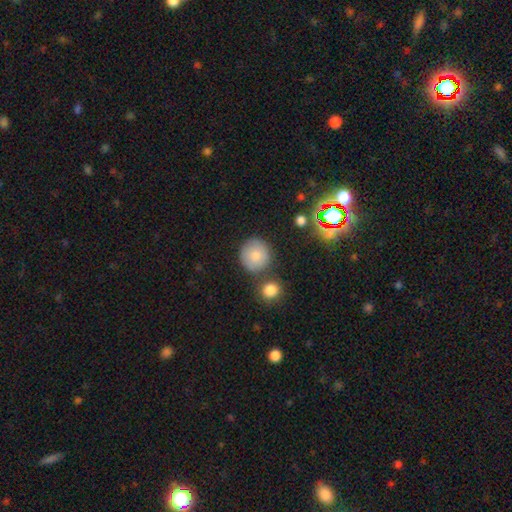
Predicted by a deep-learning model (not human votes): Overall: smooth (82%). How rounded: round (92%). Merging: none (76%).